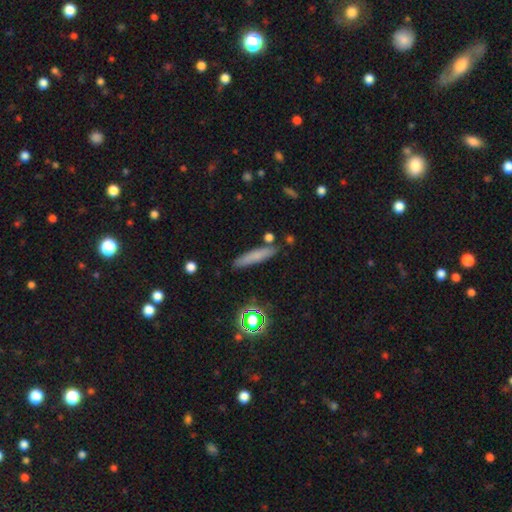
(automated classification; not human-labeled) smooth_or_featured: smooth (p=0.69) [alt: featured or disk p=0.19]
how_rounded: cigar-shaped (p=0.87) [alt: in between p=0.11]
merging: none (p=0.82) [alt: minor disturbance p=0.11]